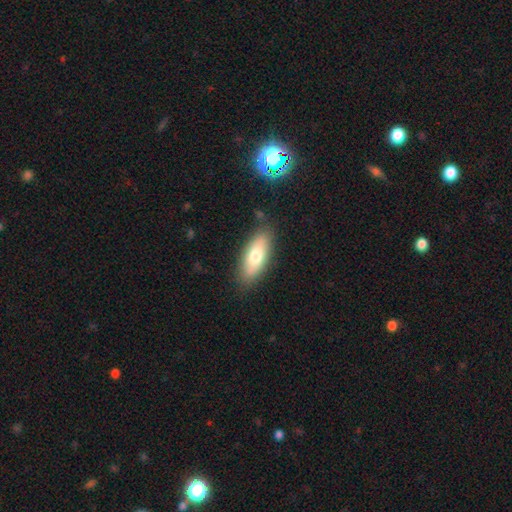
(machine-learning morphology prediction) A smooth galaxy with no disk features (72%) that is in between round and cigar-shaped (74%). Merging: none (84%).